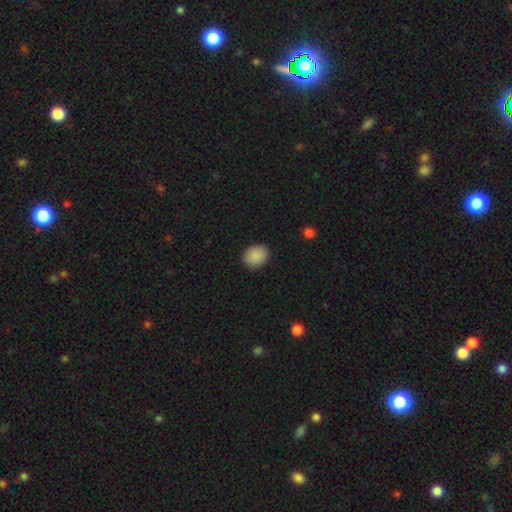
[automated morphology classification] Overall: smooth (89%). How rounded: round (57%; in between 42%). Merging: none (89%).